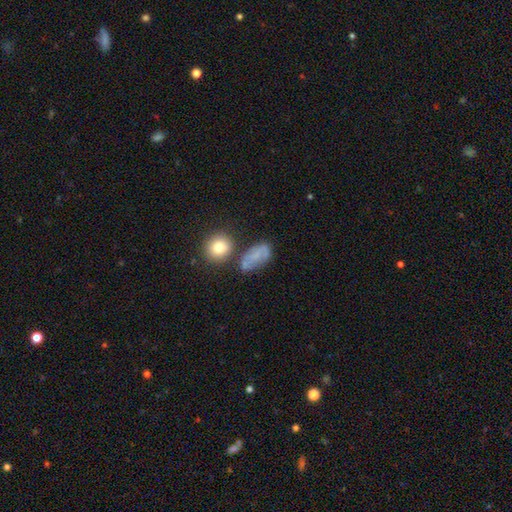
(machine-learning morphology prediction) A smooth galaxy with no disk features (53%) that is in between round and cigar-shaped (78%). Merging: none (51%).